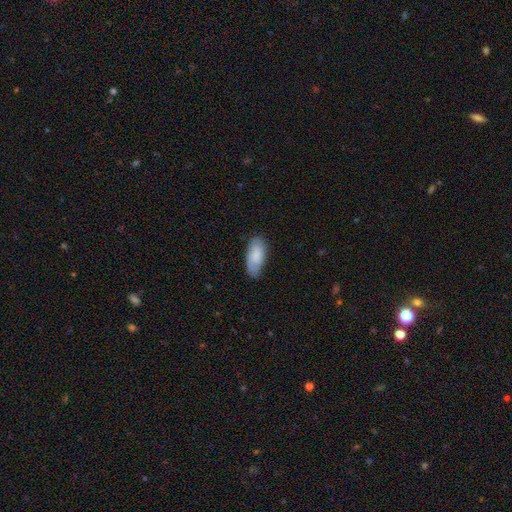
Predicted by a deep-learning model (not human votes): This is likely a smooth galaxy (72%). How rounded: clearly in between (91%). Merging: likely none (70%).